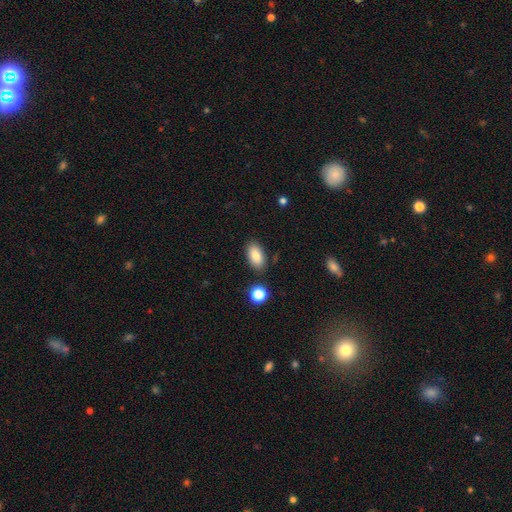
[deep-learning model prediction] Morphology: type=smooth (85%); roundness=in between (93%); merging=none (84%).